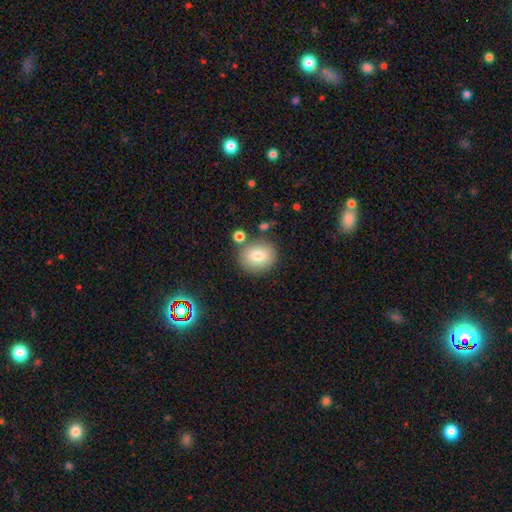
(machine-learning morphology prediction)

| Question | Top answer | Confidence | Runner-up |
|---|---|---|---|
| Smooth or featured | smooth | 77% | star or artifact (11%) |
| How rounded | round | 64% | in between (35%) |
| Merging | none | 80% | minor disturbance (10%) |